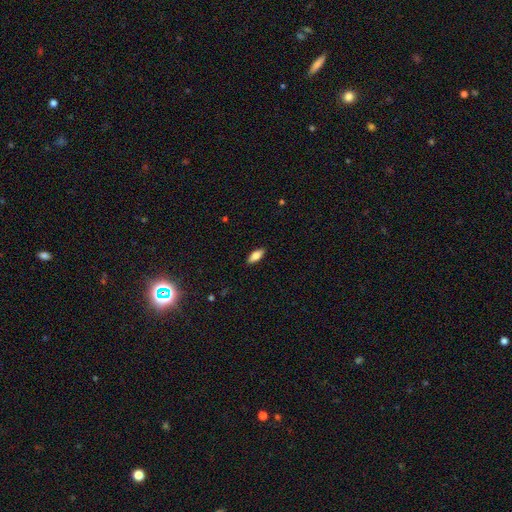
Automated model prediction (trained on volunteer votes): Overall: smooth (77%). How rounded: in between (79%). Merging: none (89%).